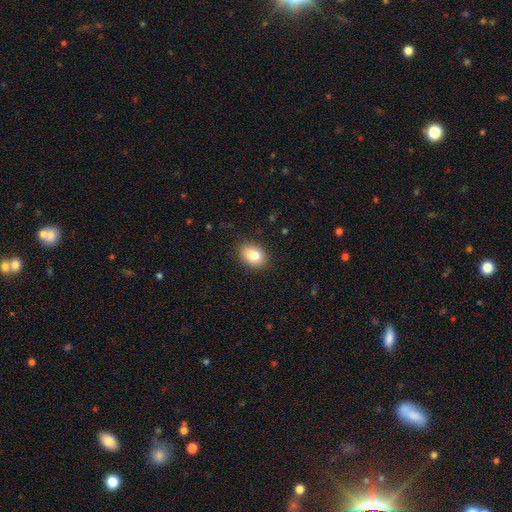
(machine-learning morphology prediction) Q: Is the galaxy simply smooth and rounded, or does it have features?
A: smooth — 85%.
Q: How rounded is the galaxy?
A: in between — 76%.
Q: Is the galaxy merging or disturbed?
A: none — 85%.